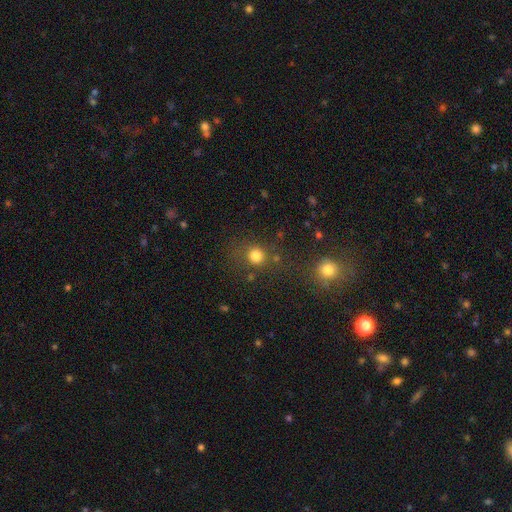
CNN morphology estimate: smooth_or_featured: smooth (p=0.79) [alt: star or artifact p=0.15]
how_rounded: round (p=0.87) [alt: in between p=0.12]
merging: none (p=0.71) [alt: minor disturbance p=0.11]